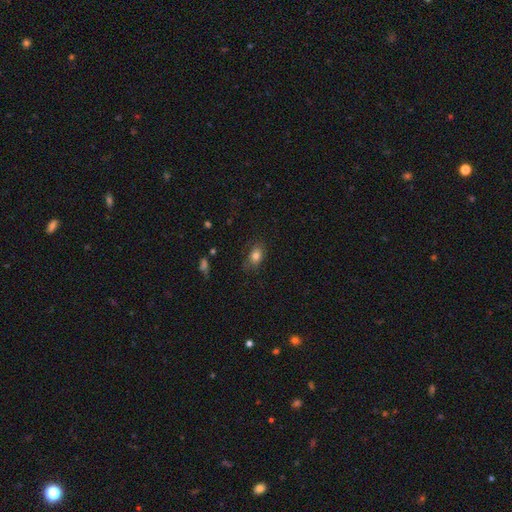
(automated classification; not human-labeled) This appears to be a smooth galaxy with no disk features (80%) that is in between round and cigar-shaped (81%). Merging: none (75%).